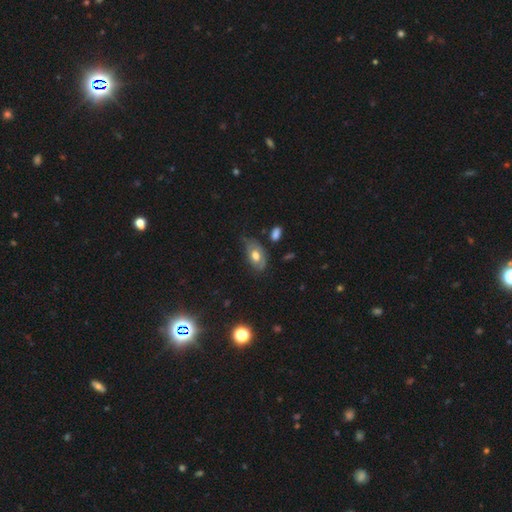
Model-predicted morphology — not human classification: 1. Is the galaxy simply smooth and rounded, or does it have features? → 52% smooth, 39% featured or disk, 9% star or artifact.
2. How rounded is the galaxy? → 87% in between, 11% round, 2% cigar-shaped.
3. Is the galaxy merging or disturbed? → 46% none, 36% minor disturbance, 15% major disturbance, 4% merger.